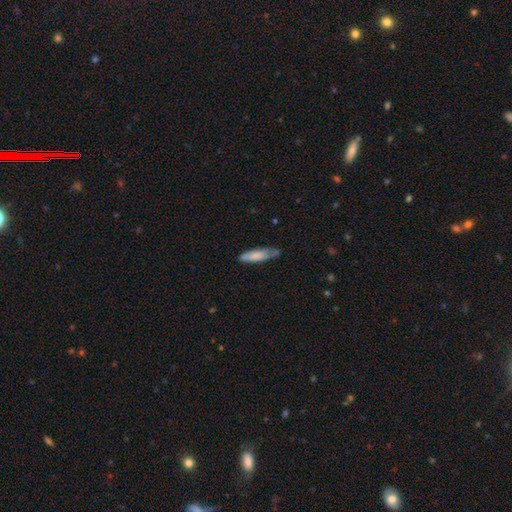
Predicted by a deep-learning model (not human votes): Smooth or featured: smooth — 75% (featured or disk — 19%)
How rounded: cigar-shaped — 70% (in between — 29%)
Merging: none — 64% (minor disturbance — 27%)